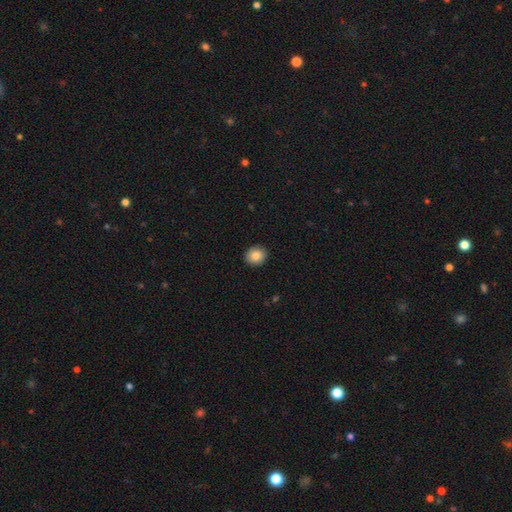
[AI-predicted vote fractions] A smooth galaxy with no disk features (87%) that is round (68%).

Vote fractions:
- Smooth or featured? smooth: 87% / star or artifact: 8% / featured or disk: 5%
- How rounded? round: 68% / in between: 31% / cigar-shaped: 1%
- Merging? none: 91% / minor disturbance: 6% / major disturbance: 2% / merger: 1%